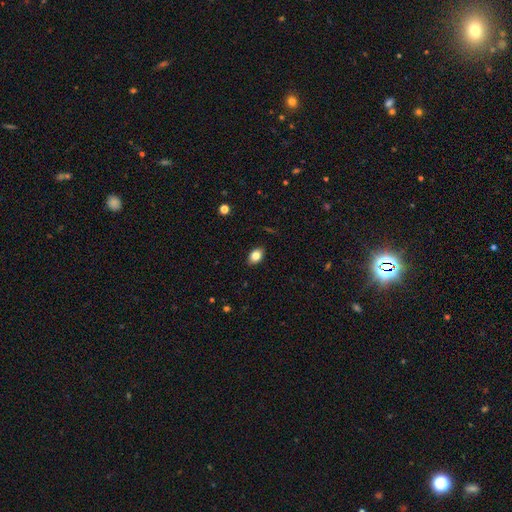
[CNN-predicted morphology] Overall: smooth (82%). How rounded: in between (83%). Merging: none (88%).